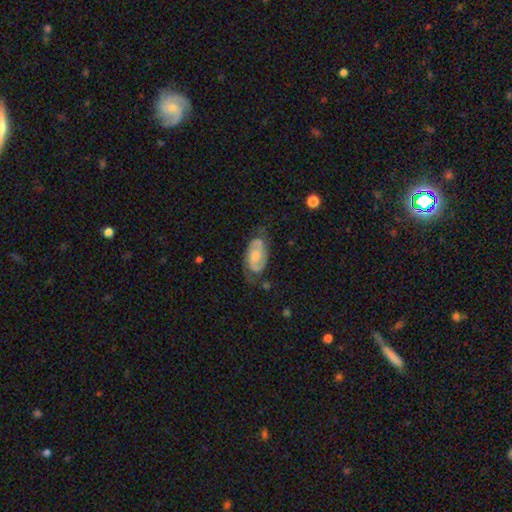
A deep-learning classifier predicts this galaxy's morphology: Q: Smooth or featured?
A: featured or disk (77%); runner-up: smooth (17%)
Q: Edge-on disk?
A: no (96%); runner-up: yes (4%)
Q: Bar?
A: no (57%); runner-up: weak (36%)
Q: Spiral arms?
A: yes (93%); runner-up: no (7%)
Q: Spiral winding?
A: medium (45%); runner-up: tight (41%)
Q: Spiral arm count?
A: 2 (83%); runner-up: can't tell (9%)
Q: Bulge size?
A: moderate (43%); runner-up: small (35%)
Q: Merging?
A: none (62%); runner-up: minor disturbance (25%)